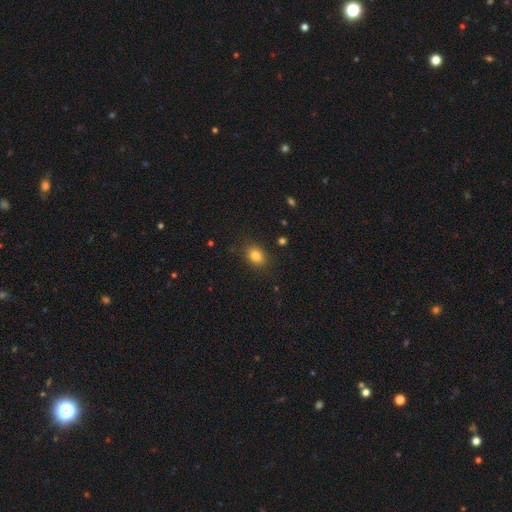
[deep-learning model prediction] This is clearly a smooth galaxy (82%). How rounded: likely in between (66%). Merging: clearly none (86%).